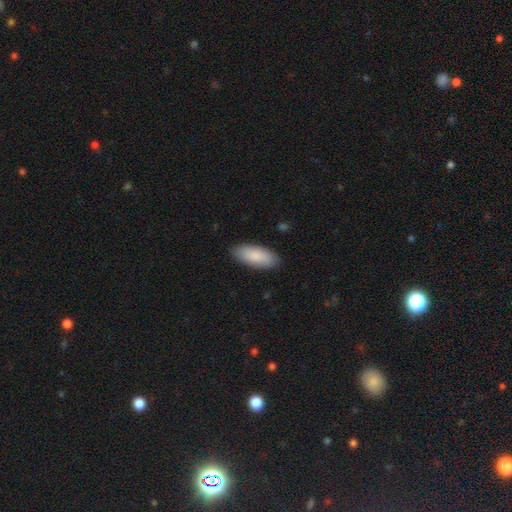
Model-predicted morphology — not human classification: A smooth galaxy with no disk features (87%) that is in between round and cigar-shaped (82%).

Vote fractions:
- Smooth or featured? smooth: 87% / featured or disk: 8% / star or artifact: 5%
- How rounded? in between: 82% / cigar-shaped: 16% / round: 2%
- Merging? none: 88% / minor disturbance: 9% / major disturbance: 2% / merger: 1%